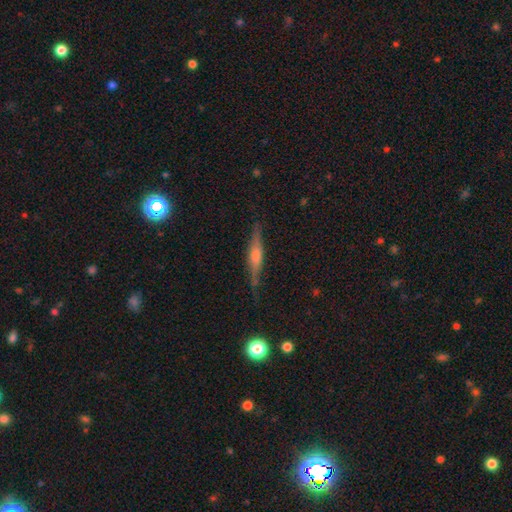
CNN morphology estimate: Overall: featured or disk (67%). Edge-on disk: yes (96%). Edge-on bulge: rounded (69%). Merging: none (84%).